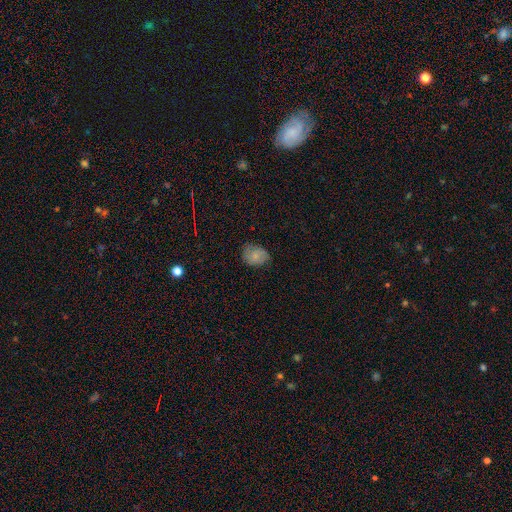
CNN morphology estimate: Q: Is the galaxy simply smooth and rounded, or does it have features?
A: smooth — 66%.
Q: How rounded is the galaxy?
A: in between — 56%.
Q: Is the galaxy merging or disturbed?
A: none — 69%.